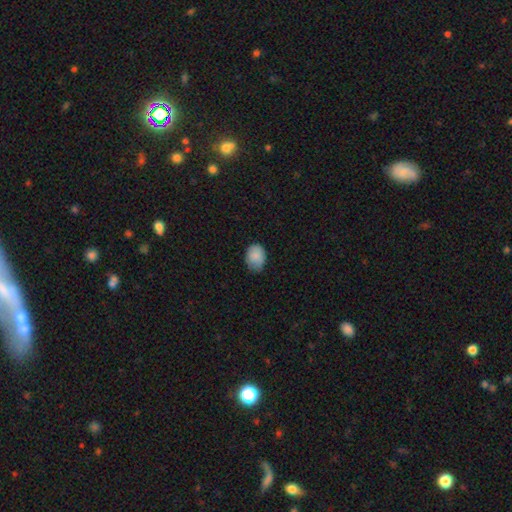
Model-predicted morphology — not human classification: This appears to be a smooth galaxy with no disk features (86%) that is in between round and cigar-shaped (67%). Merging: none (61%).